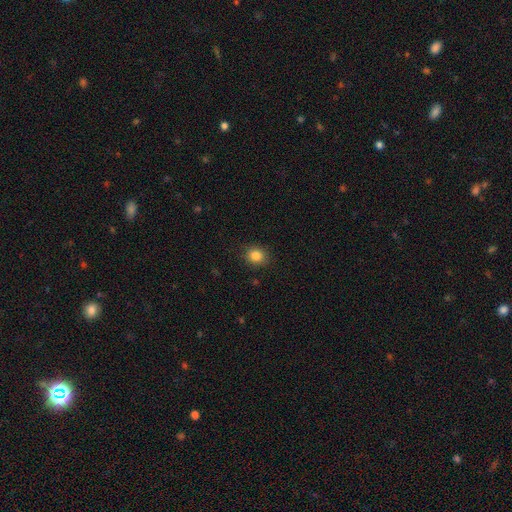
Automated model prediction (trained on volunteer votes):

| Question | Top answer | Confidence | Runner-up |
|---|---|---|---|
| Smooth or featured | smooth | 85% | star or artifact (11%) |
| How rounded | round | 72% | in between (27%) |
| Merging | none | 88% | minor disturbance (8%) |